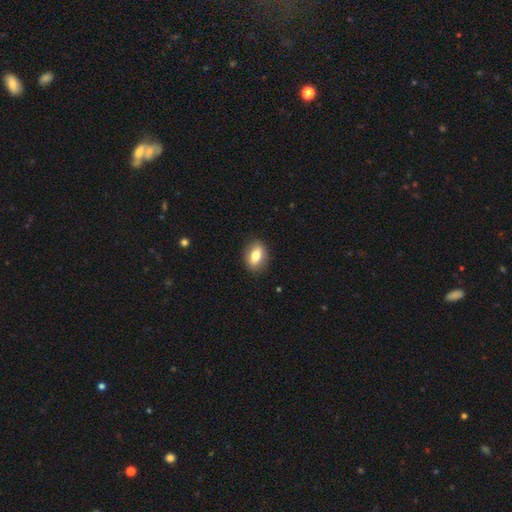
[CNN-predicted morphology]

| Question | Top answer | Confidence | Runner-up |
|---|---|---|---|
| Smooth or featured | smooth | 75% | featured or disk (18%) |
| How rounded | in between | 76% | round (20%) |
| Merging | none | 88% | minor disturbance (9%) |